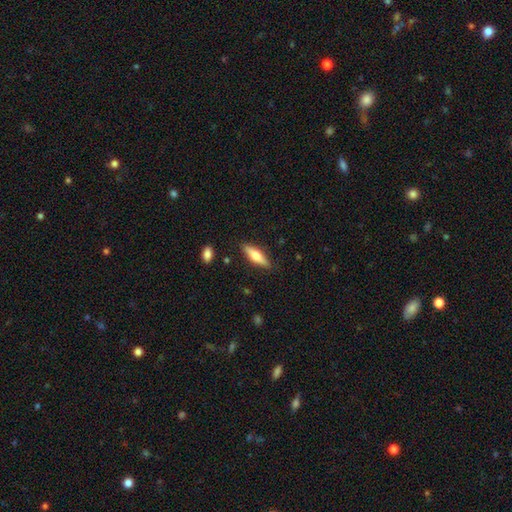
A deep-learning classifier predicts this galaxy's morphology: A smooth galaxy with no disk features (50%) that is cigar-shaped (60%).

Vote fractions:
- Smooth or featured? smooth: 50% / featured or disk: 44% / star or artifact: 6%
- How rounded? cigar-shaped: 60% / in between: 38% / round: 2%
- Merging? none: 86% / minor disturbance: 10% / major disturbance: 2% / merger: 2%